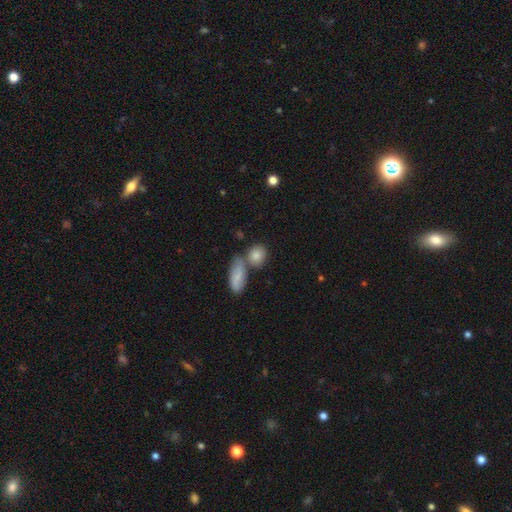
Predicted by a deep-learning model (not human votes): smooth_or_featured: smooth (p=0.74) [alt: featured or disk p=0.14]
how_rounded: round (p=0.63) [alt: in between p=0.30]
merging: none (p=0.56) [alt: merger p=0.29]